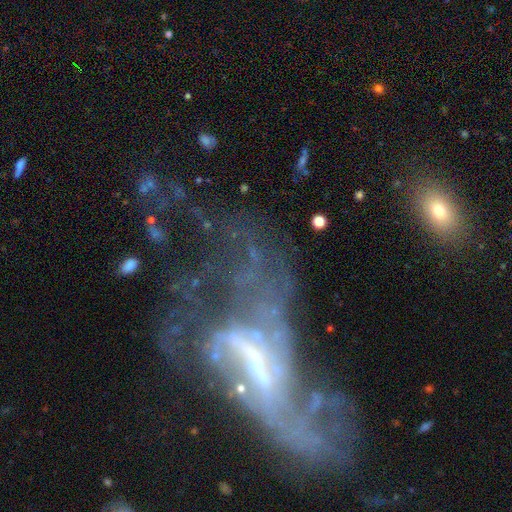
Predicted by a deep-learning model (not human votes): smooth_or_featured: featured or disk (p=0.75) [alt: star or artifact p=0.13]
disk_edge_on: no (p=0.90) [alt: yes p=0.10]
bar: strong (p=0.35) [alt: weak p=0.34]
has_spiral_arms: yes (p=0.64) [alt: no p=0.36]
bulge_size: small (p=0.37) [alt: moderate p=0.29]
merging: major disturbance (p=0.49) [alt: none p=0.22]